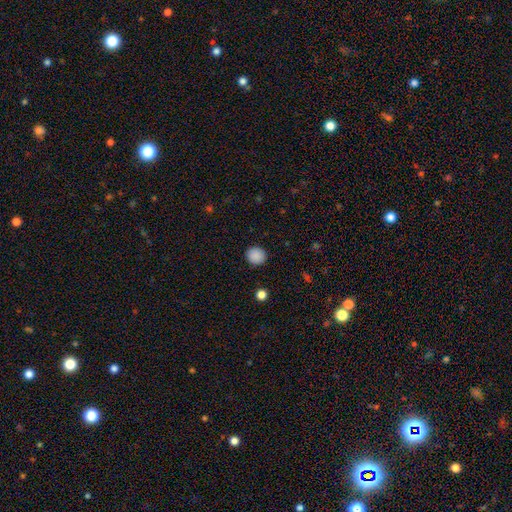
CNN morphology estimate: smooth-or-featured: smooth: 88% | star or artifact: 9% | featured or disk: 3%
  how-rounded: round: 87% | in between: 12% | cigar-shaped: 1%
  merging: none: 91% | minor disturbance: 6% | major disturbance: 2% | merger: 1%